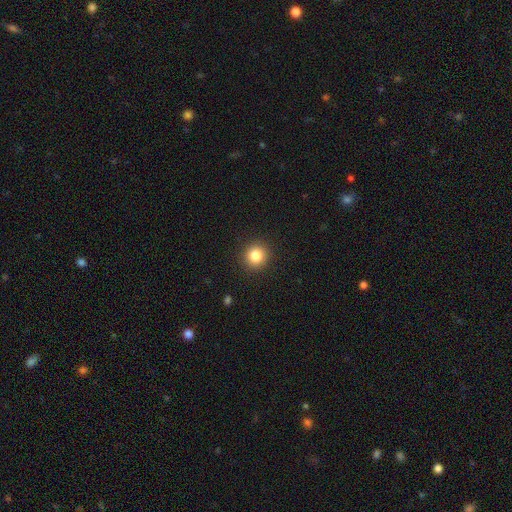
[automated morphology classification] This is clearly a smooth galaxy (84%). How rounded: clearly round (92%). Merging: clearly none (92%).